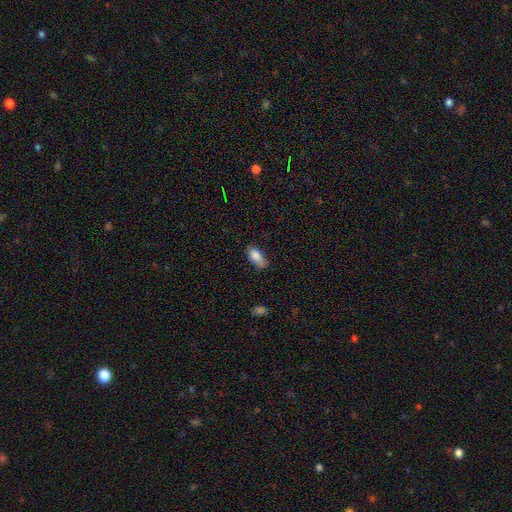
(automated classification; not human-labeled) smooth-or-featured: smooth: 85% | star or artifact: 8% | featured or disk: 7%
  how-rounded: in between: 87% | cigar-shaped: 10% | round: 3%
  merging: none: 64% | minor disturbance: 29% | major disturbance: 6% | merger: 2%